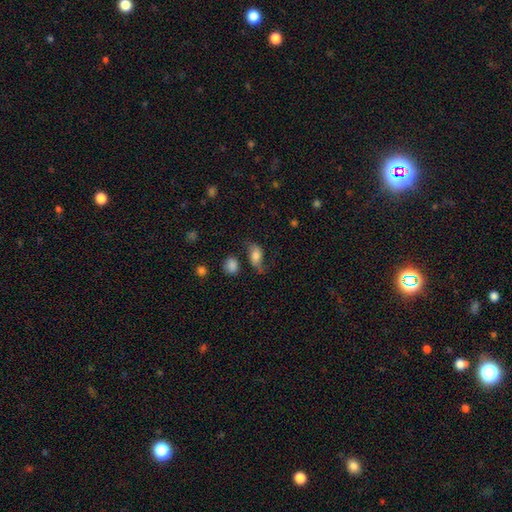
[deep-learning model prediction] smooth_or_featured: smooth (p=0.57) [alt: featured or disk p=0.33]
how_rounded: in between (p=0.82) [alt: round p=0.13]
merging: none (p=0.48) [alt: minor disturbance p=0.28]